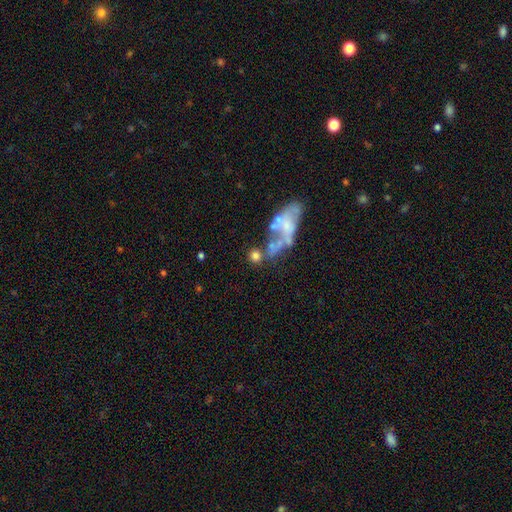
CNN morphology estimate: smooth-or-featured: smooth: 56% | featured or disk: 30% | star or artifact: 14%
  how-rounded: round: 59% | in between: 36% | cigar-shaped: 5%
  merging: none: 38% | merger: 35% | major disturbance: 15% | minor disturbance: 12%